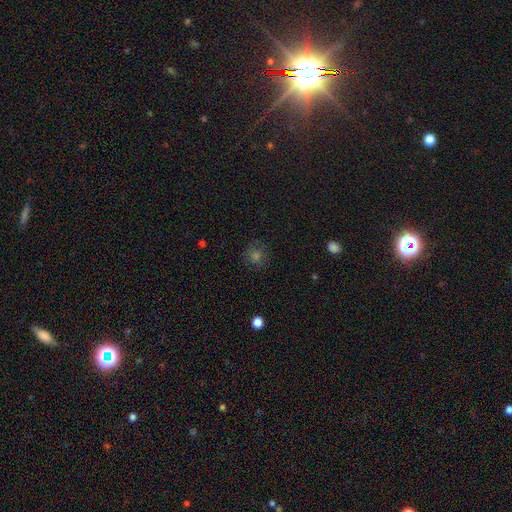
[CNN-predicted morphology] Overall: smooth (61%; star or artifact 28%). How rounded: round (90%). Merging: none (85%).